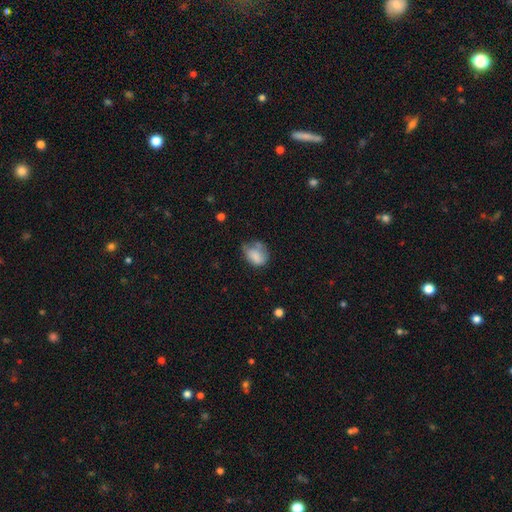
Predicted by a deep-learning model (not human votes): Smooth or featured? Predicted: smooth (p=0.76). How rounded? Predicted: in between (p=0.69). Merging? Predicted: minor disturbance (p=0.35).